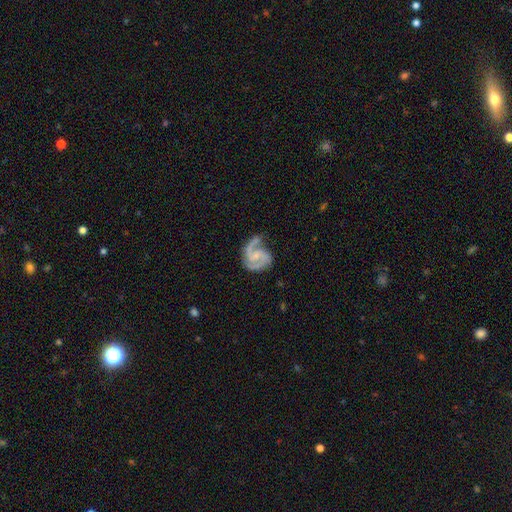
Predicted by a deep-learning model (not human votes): A featured or disk galaxy (90%) with no bar (51%), 2 (85%) medium (56%) spiral arms (98%) and a small central bulge (57%). Merging: none (60%).